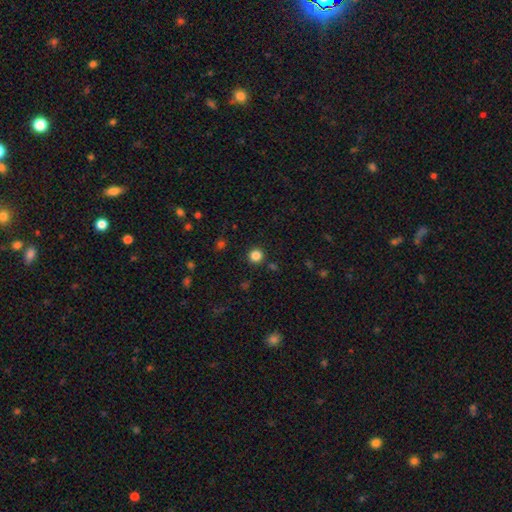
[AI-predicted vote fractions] smooth-or-featured: smooth: 83% | star or artifact: 13% | featured or disk: 4%
  how-rounded: round: 94% | in between: 5% | cigar-shaped: 1%
  merging: none: 91% | minor disturbance: 5% | major disturbance: 2% | merger: 2%